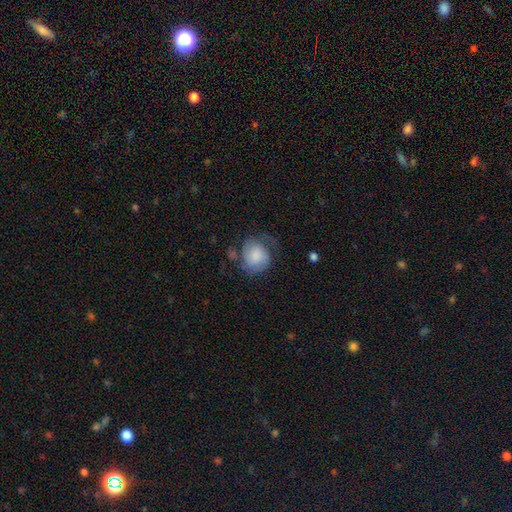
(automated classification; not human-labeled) This appears to be a smooth galaxy with no disk features (62%) that is round (70%). Merging: none (40%).